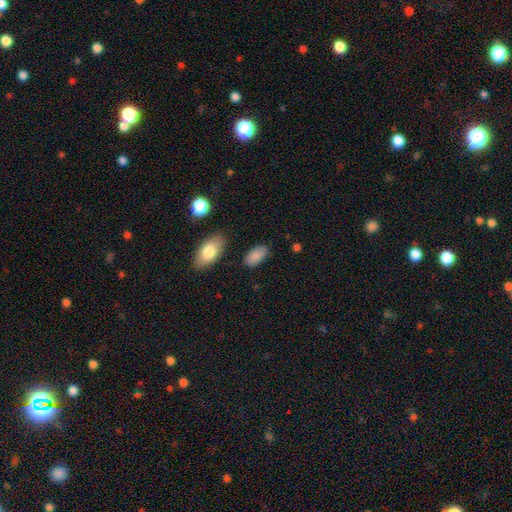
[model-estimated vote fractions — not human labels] Morphology: type=smooth (86%); roundness=in between (94%); merging=none (82%).